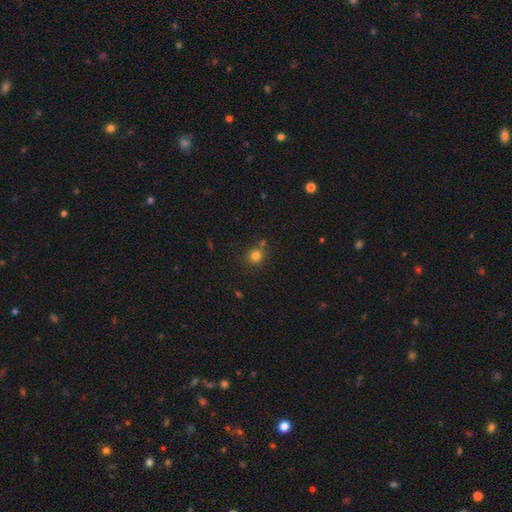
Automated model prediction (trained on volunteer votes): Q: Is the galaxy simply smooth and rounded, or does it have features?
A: smooth — 79%.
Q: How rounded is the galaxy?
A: round — 84%.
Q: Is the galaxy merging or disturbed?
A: none — 72%.